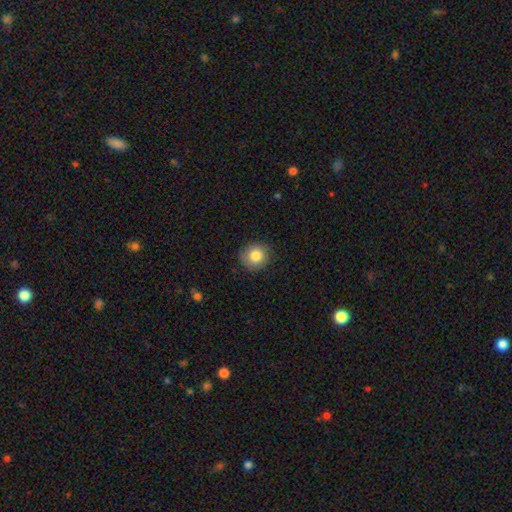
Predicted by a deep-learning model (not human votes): This is clearly a smooth galaxy (82%). How rounded: clearly round (88%). Merging: clearly none (83%).